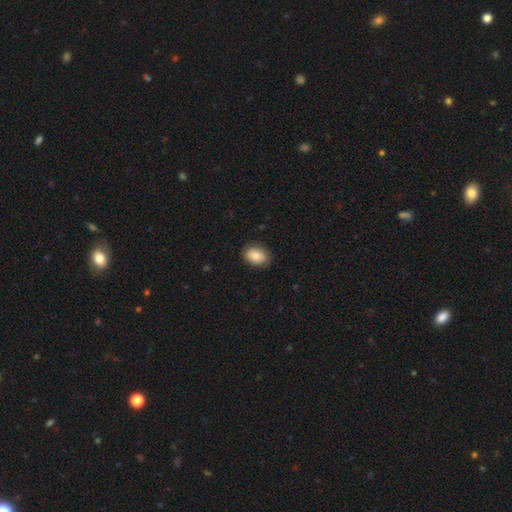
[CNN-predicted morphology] This is clearly a smooth galaxy (83%). How rounded: likely in between (75%). Merging: clearly none (84%).